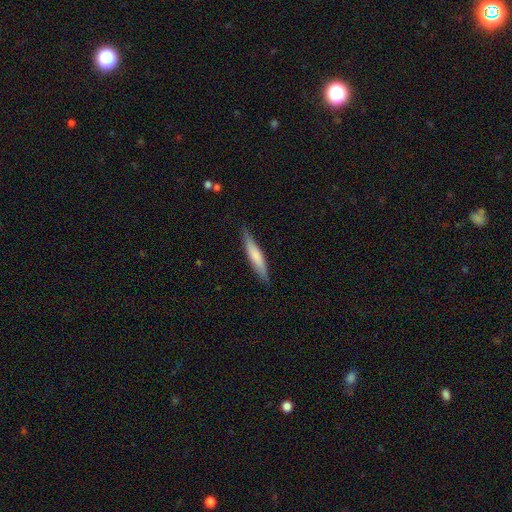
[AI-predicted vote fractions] Smooth or featured: smooth — 69% (featured or disk — 26%)
How rounded: cigar-shaped — 89% (in between — 10%)
Merging: none — 86% (minor disturbance — 11%)